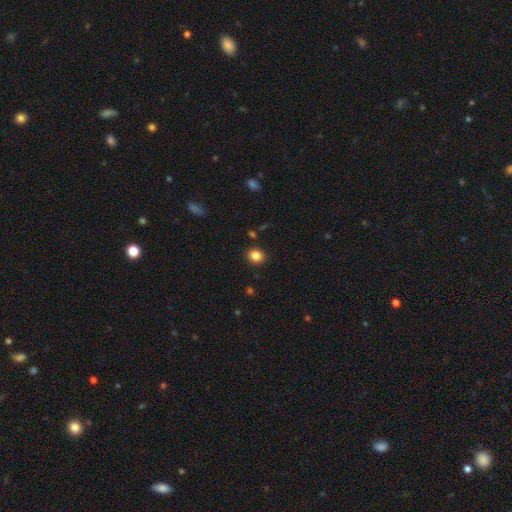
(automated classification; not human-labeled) Smooth or featured?
  - smooth: 84% *
  - star or artifact: 11%
  - featured or disk: 4%
How rounded?
  - round: 76% *
  - in between: 23%
  - cigar-shaped: 1%
Merging?
  - none: 90% *
  - minor disturbance: 7%
  - major disturbance: 2%
  - merger: 2%